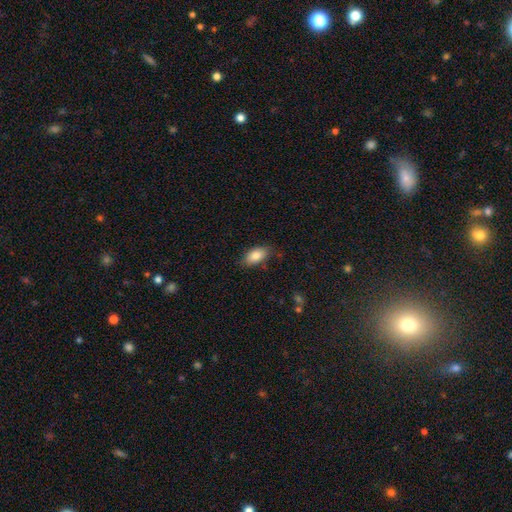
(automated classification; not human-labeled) smooth 84%, featured or disk 9%, star or artifact 7%. Down the decision tree: how rounded — in between (92%); merging — none (81%).